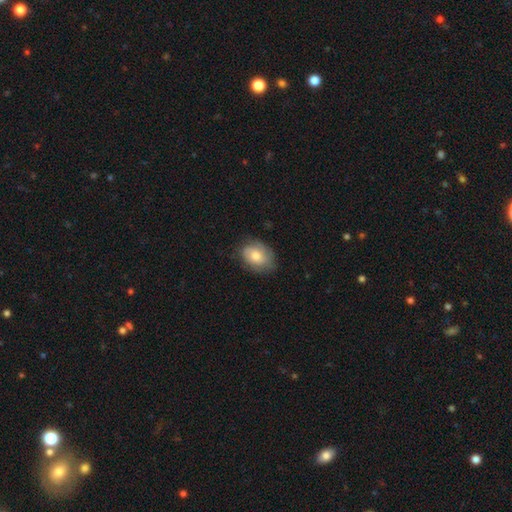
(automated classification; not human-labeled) This is likely a smooth galaxy (66%). How rounded: likely in between (69%). Merging: likely none (72%).